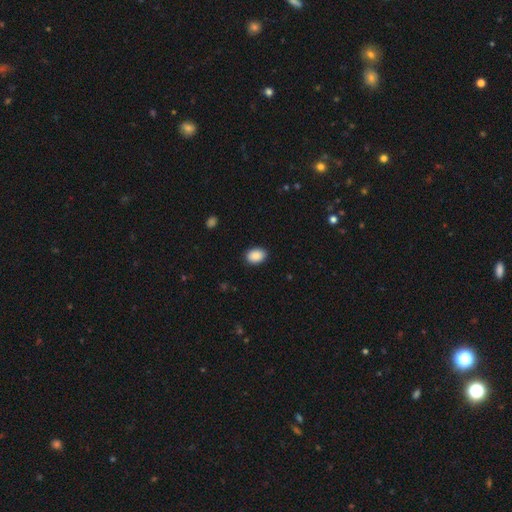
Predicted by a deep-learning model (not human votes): A smooth galaxy with no disk features (90%) that is in between round and cigar-shaped (78%).

Vote fractions:
- Smooth or featured? smooth: 90% / star or artifact: 7% / featured or disk: 3%
- How rounded? in between: 78% / round: 21% / cigar-shaped: 1%
- Merging? none: 89% / minor disturbance: 8% / major disturbance: 2% / merger: 1%